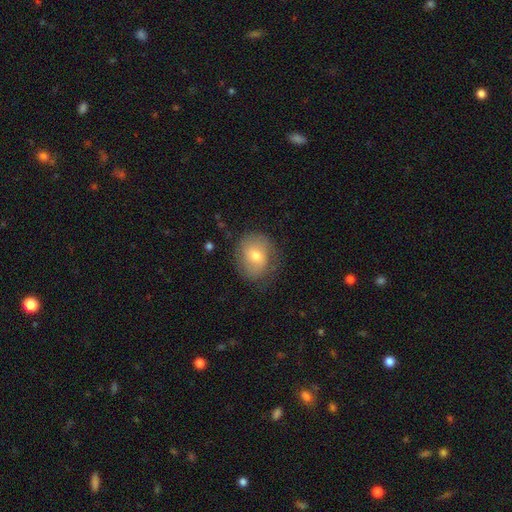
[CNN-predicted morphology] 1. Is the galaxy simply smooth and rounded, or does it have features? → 56% smooth, 36% featured or disk, 8% star or artifact.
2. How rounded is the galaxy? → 60% round, 39% in between, 1% cigar-shaped.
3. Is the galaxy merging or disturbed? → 69% none, 21% minor disturbance, 8% major disturbance, 1% merger.